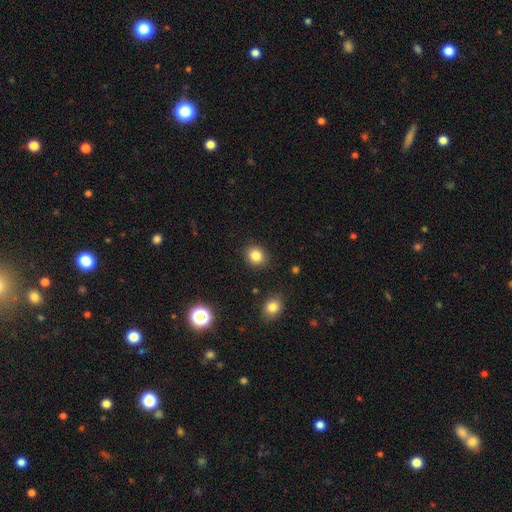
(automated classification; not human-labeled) This is clearly a smooth galaxy (84%). How rounded: likely round (76%). Merging: clearly none (89%).